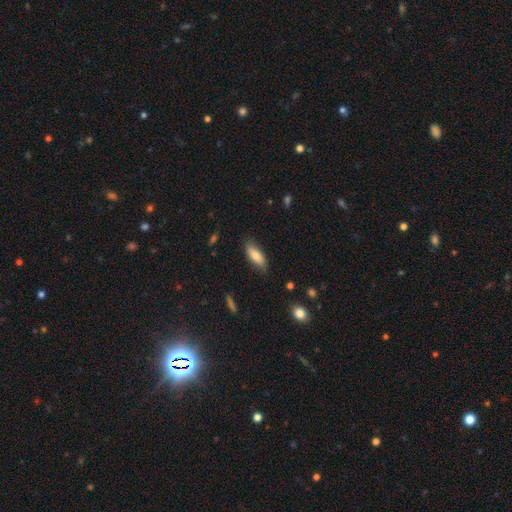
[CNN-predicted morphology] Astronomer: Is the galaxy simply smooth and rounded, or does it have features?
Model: smooth — 78%.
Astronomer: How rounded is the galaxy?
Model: in between — 70%.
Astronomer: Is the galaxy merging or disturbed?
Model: none — 79%.